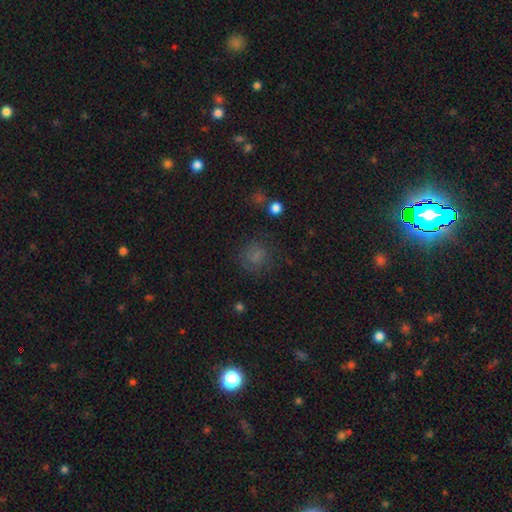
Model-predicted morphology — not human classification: Q: Smooth or featured?
A: smooth (70%); runner-up: star or artifact (19%)
Q: How rounded?
A: round (80%); runner-up: in between (19%)
Q: Merging?
A: none (72%); runner-up: minor disturbance (17%)